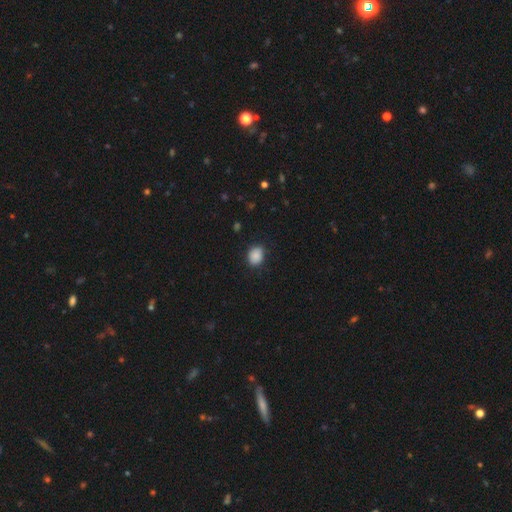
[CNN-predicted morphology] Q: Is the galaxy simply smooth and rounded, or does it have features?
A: smooth — 88%.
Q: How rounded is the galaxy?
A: round — 52%.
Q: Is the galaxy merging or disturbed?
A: none — 83%.